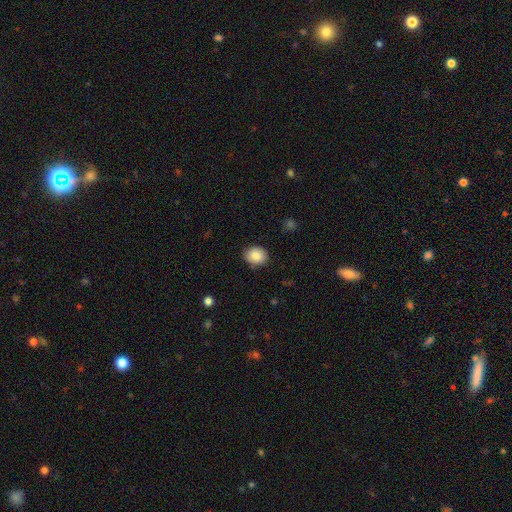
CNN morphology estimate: Smooth or featured? Predicted: smooth (p=0.84). How rounded? Predicted: round (p=0.55). Merging? Predicted: none (p=0.86).